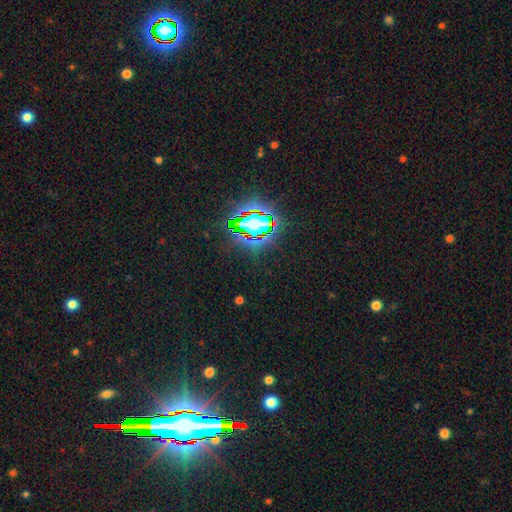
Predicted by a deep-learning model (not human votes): smooth-or-featured: star or artifact: 85% | smooth: 8% | featured or disk: 7%